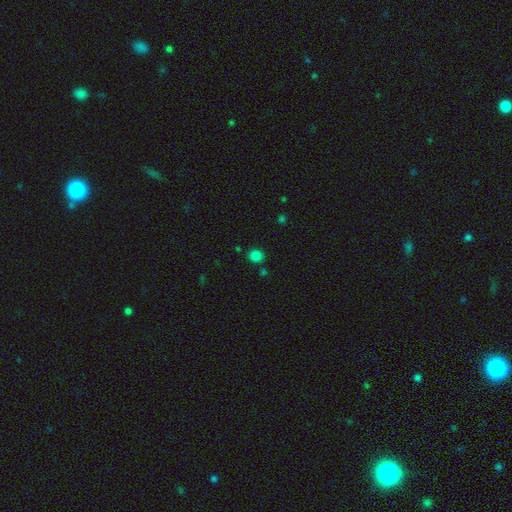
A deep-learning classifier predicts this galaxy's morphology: Q: Smooth or featured?
A: smooth (82%); runner-up: star or artifact (15%)
Q: How rounded?
A: round (82%); runner-up: in between (17%)
Q: Merging?
A: none (84%); runner-up: minor disturbance (8%)